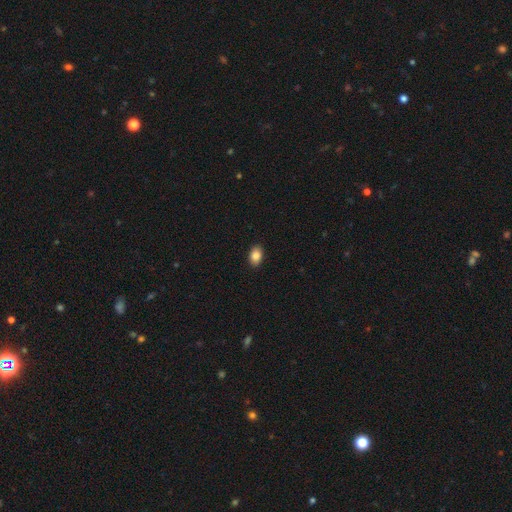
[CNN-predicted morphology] A smooth galaxy with no disk features (87%) that is in between round and cigar-shaped (85%).

Vote fractions:
- Smooth or featured? smooth: 87% / star or artifact: 8% / featured or disk: 5%
- How rounded? in between: 85% / round: 14% / cigar-shaped: 1%
- Merging? none: 90% / minor disturbance: 8% / major disturbance: 2% / merger: 1%